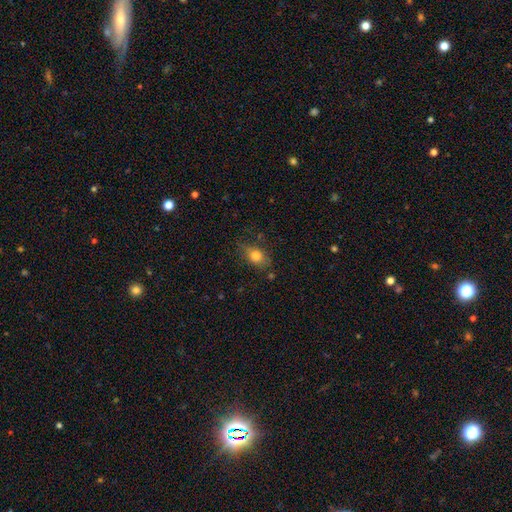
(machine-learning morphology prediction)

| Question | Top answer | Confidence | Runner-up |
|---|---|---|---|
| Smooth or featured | smooth | 75% | featured or disk (15%) |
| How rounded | in between | 70% | round (26%) |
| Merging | none | 68% | minor disturbance (23%) |